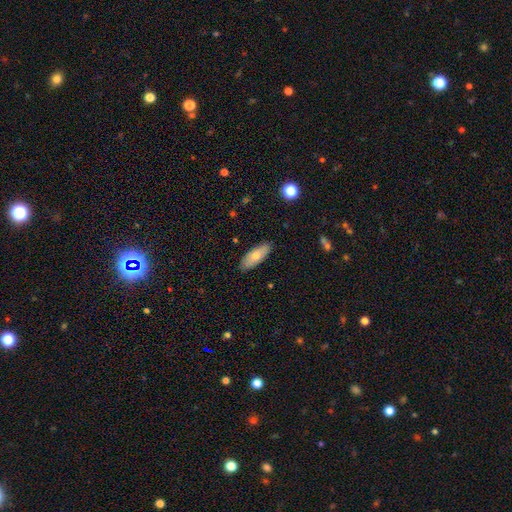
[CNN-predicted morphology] smooth-or-featured: smooth: 74% | featured or disk: 20% | star or artifact: 6%
  how-rounded: in between: 72% | cigar-shaped: 26% | round: 2%
  merging: none: 85% | minor disturbance: 12% | major disturbance: 2% | merger: 1%